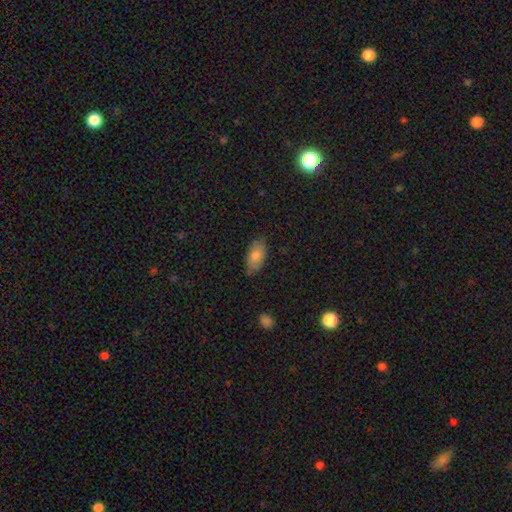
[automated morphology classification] A smooth galaxy with no disk features (79%) that is in between round and cigar-shaped (91%).

Vote fractions:
- Smooth or featured? smooth: 79% / featured or disk: 13% / star or artifact: 8%
- How rounded? in between: 91% / cigar-shaped: 5% / round: 4%
- Merging? none: 81% / minor disturbance: 15% / major disturbance: 3% / merger: 1%